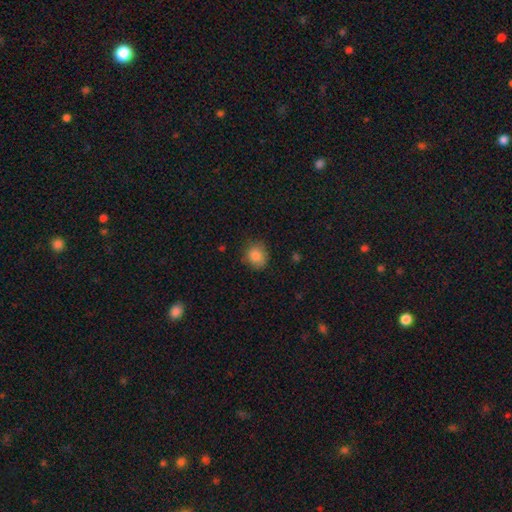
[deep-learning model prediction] Overall: smooth (85%). How rounded: round (77%). Merging: none (79%).